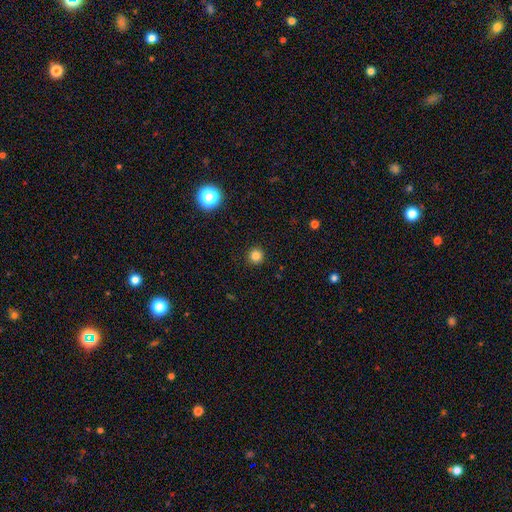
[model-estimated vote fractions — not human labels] A smooth galaxy with no disk features (83%) that is round (95%). Merging: none (92%).